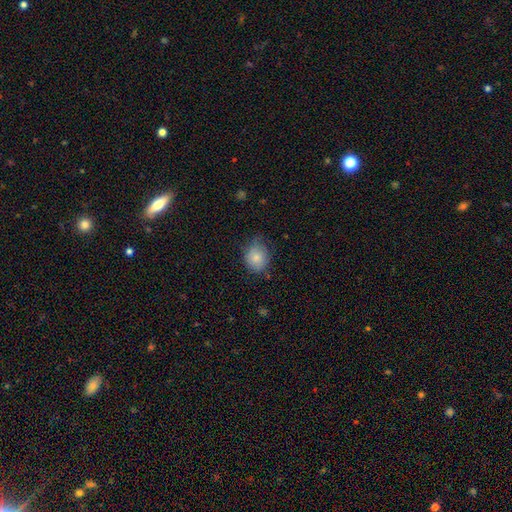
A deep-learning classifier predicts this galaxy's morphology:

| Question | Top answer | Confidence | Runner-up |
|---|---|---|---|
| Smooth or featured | smooth | 81% | featured or disk (10%) |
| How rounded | round | 63% | in between (36%) |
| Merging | none | 61% | minor disturbance (31%) |